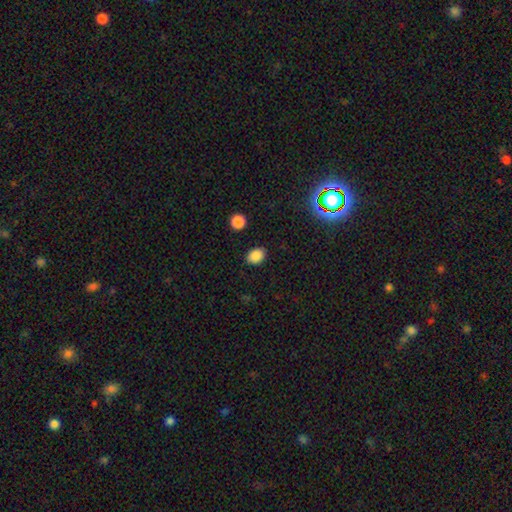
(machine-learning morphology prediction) The model was most divided on "how rounded": in between: 63%, round: 36%, cigar-shaped: 1%. More confident: smooth or featured — smooth (86%); merging — none (86%).